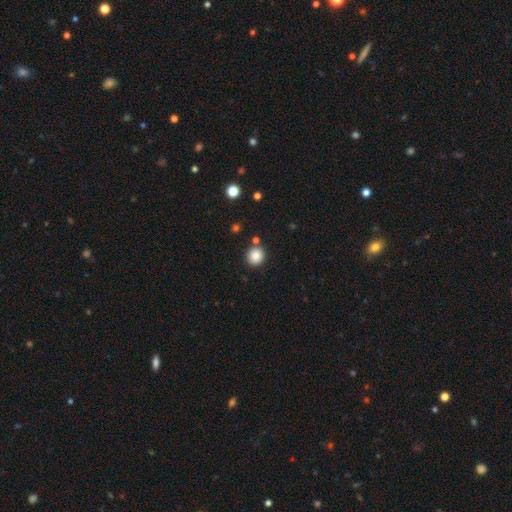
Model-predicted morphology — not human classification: This is clearly a smooth galaxy (86%). How rounded: clearly round (92%). Merging: clearly none (86%).